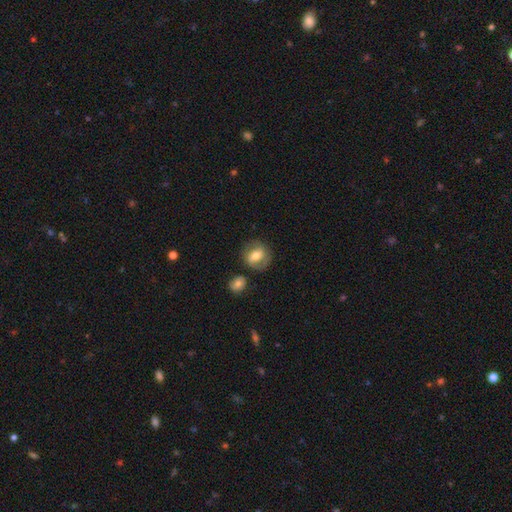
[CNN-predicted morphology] Smooth or featured?
  - smooth: 52% *
  - featured or disk: 40%
  - star or artifact: 8%
How rounded?
  - round: 66% *
  - in between: 33%
  - cigar-shaped: 1%
Merging?
  - none: 73% *
  - minor disturbance: 15%
  - merger: 6%
  - major disturbance: 6%